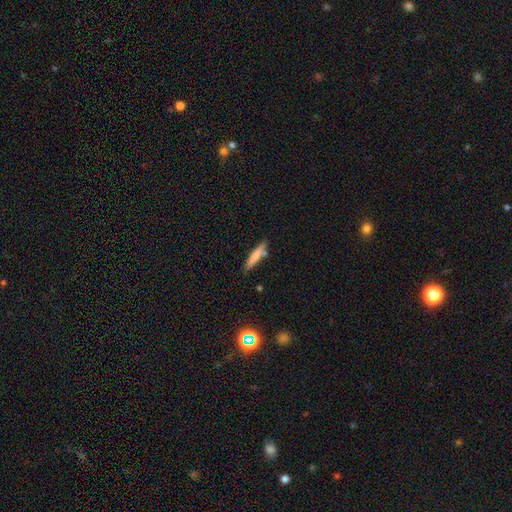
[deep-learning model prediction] Smooth or featured?
  - smooth: 72% *
  - featured or disk: 22%
  - star or artifact: 7%
How rounded?
  - cigar-shaped: 87% *
  - in between: 12%
  - round: 1%
Merging?
  - none: 75% *
  - minor disturbance: 14%
  - merger: 8%
  - major disturbance: 3%